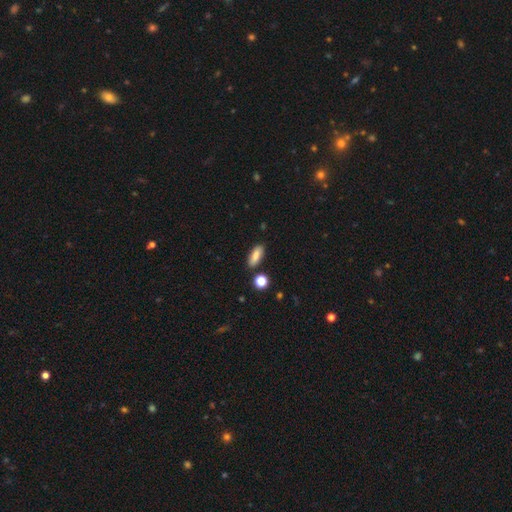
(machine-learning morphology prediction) Smooth or featured?
  - smooth: 83% *
  - featured or disk: 9%
  - star or artifact: 8%
How rounded?
  - in between: 71% *
  - cigar-shaped: 25%
  - round: 4%
Merging?
  - none: 84% *
  - minor disturbance: 10%
  - merger: 3%
  - major disturbance: 2%